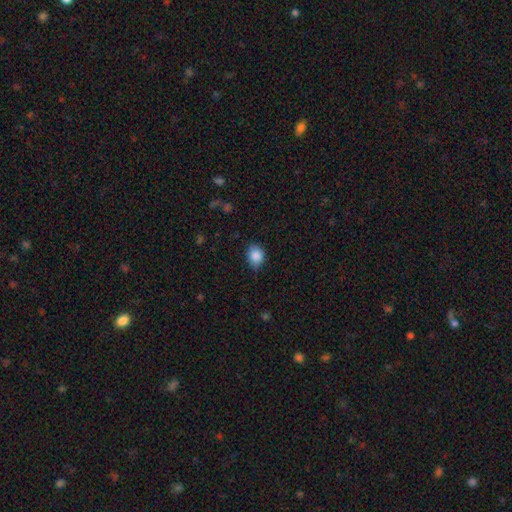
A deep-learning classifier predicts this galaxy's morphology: The model was most divided on "how rounded": round: 50%, in between: 49%, cigar-shaped: 1%. More confident: smooth or featured — smooth (87%); merging — none (74%).